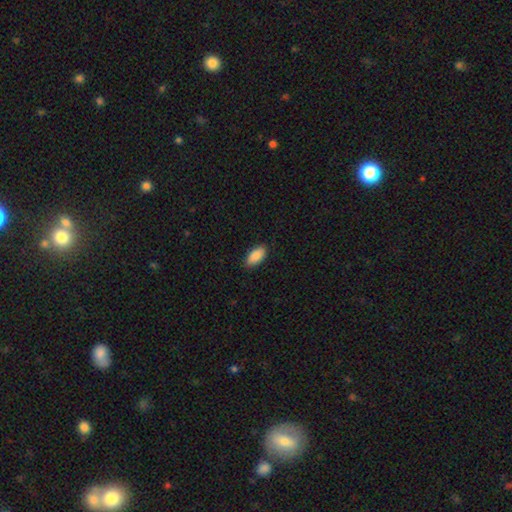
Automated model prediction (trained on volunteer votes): Smooth or featured?
  - smooth: 89% *
  - star or artifact: 6%
  - featured or disk: 5%
How rounded?
  - in between: 93% *
  - cigar-shaped: 4%
  - round: 2%
Merging?
  - none: 86% *
  - minor disturbance: 11%
  - major disturbance: 2%
  - merger: 1%